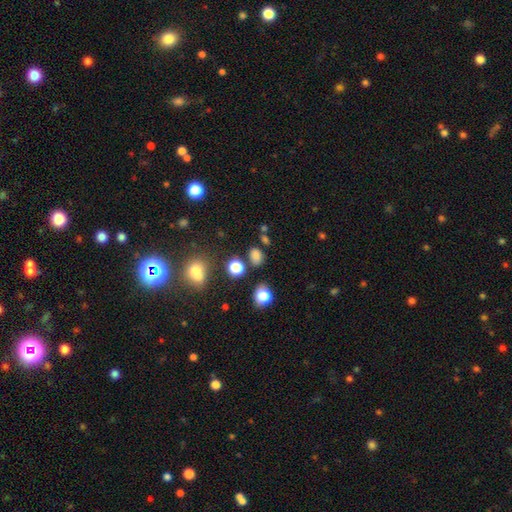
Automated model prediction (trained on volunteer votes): Smooth or featured? Predicted: smooth (p=0.77). How rounded? Predicted: in between (p=0.61). Merging? Predicted: none (p=0.74).